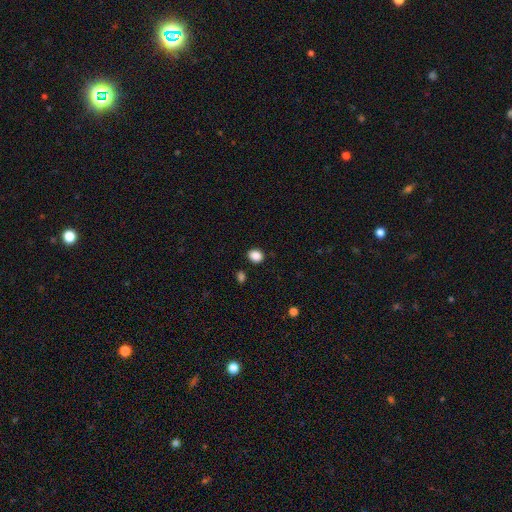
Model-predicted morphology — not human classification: This appears to be a smooth galaxy with no disk features (88%) that is round (55%). Merging: none (87%).